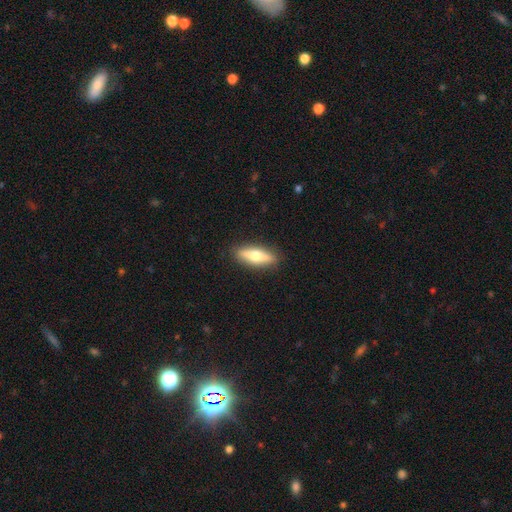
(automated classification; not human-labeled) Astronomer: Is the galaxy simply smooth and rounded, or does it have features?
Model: smooth — 53% (runner-up: featured or disk, 41%).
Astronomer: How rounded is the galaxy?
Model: cigar-shaped — 56% (runner-up: in between, 41%).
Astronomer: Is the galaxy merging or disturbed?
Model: none — 89%.